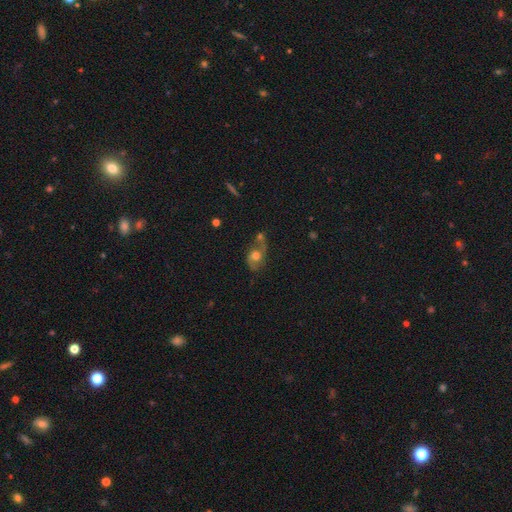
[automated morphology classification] Smooth or featured?
  - featured or disk: 53% *
  - smooth: 35%
  - star or artifact: 12%
Edge-on disk?
  - no: 94% *
  - yes: 6%
Bar?
  - no: 72% *
  - weak: 23%
  - strong: 4%
Spiral arms?
  - yes: 80% *
  - no: 20%
Bulge size?
  - moderate: 53% *
  - large: 31%
  - small: 9%
  - dominant: 3%
  - none: 3%
Merging?
  - none: 40% *
  - merger: 28%
  - minor disturbance: 18%
  - major disturbance: 14%